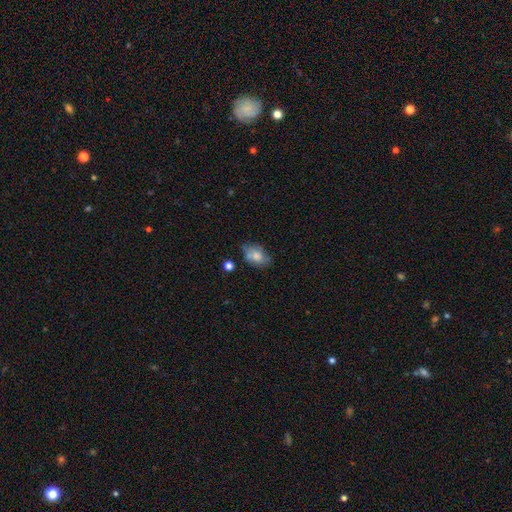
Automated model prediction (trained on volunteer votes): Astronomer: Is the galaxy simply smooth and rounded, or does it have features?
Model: smooth — 71%.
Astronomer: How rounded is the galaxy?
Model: in between — 81%.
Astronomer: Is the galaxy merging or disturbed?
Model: none — 54%.